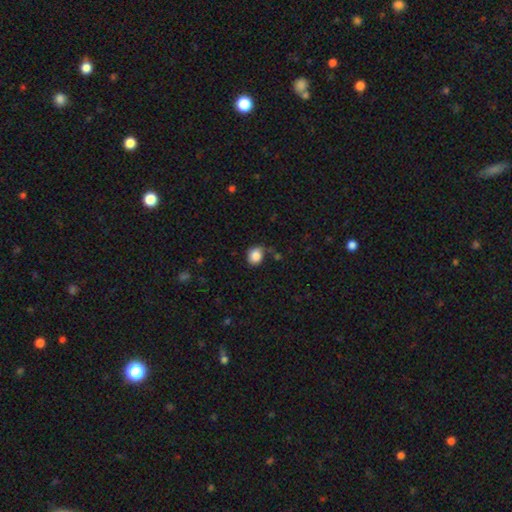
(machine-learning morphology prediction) type=smooth (85%); roundness=round (64%); merging=none (60%).